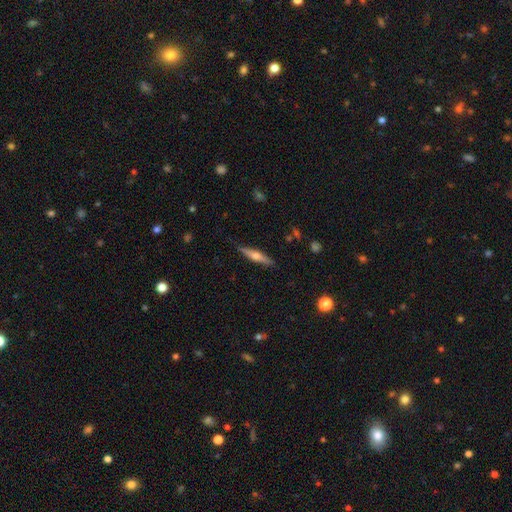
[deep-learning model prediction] Q: Smooth or featured?
A: featured or disk (57%); runner-up: smooth (37%)
Q: Edge-on disk?
A: yes (96%); runner-up: no (4%)
Q: Edge-on bulge?
A: rounded (89%); runner-up: boxy (6%)
Q: Merging?
A: none (87%); runner-up: minor disturbance (10%)